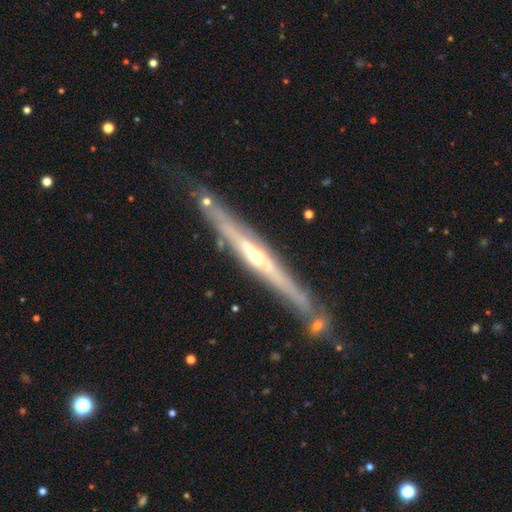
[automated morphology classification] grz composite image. It shows a featured or disk galaxy (81%) viewed edge-on (94%) with a rounded central bulge (71%). Merging: none (76%).